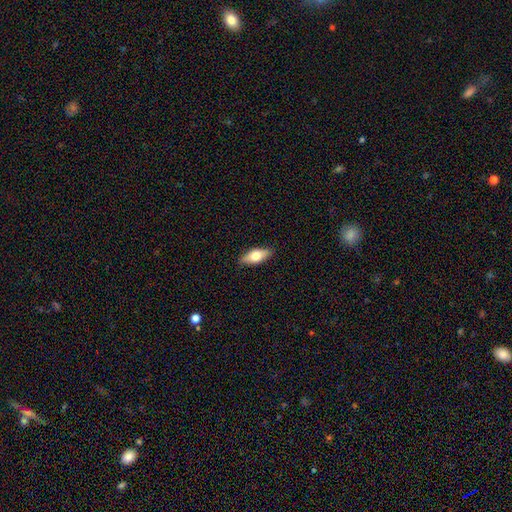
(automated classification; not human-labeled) smooth-or-featured: smooth: 68% | featured or disk: 26% | star or artifact: 6%
  how-rounded: in between: 79% | cigar-shaped: 19% | round: 3%
  merging: none: 87% | minor disturbance: 10% | major disturbance: 2% | merger: 1%